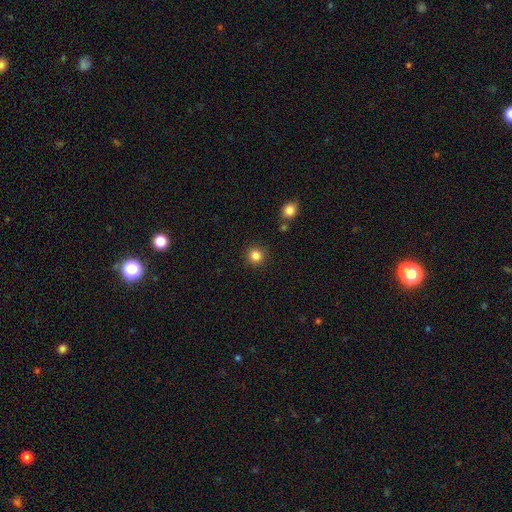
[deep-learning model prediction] smooth_or_featured: smooth (p=0.84) [alt: star or artifact p=0.12]
how_rounded: round (p=0.93) [alt: in between p=0.06]
merging: none (p=0.90) [alt: minor disturbance p=0.06]